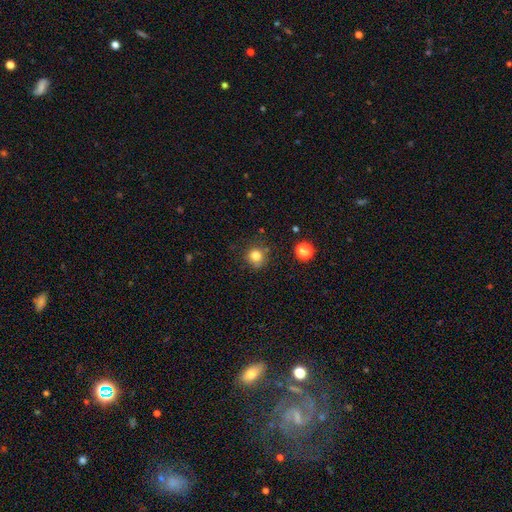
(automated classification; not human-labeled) smooth 80%, star or artifact 13%, featured or disk 7%. Down the decision tree: how rounded — round (90%); merging — none (75%).